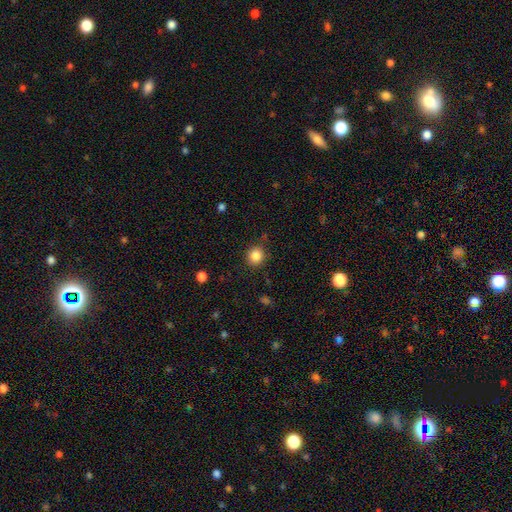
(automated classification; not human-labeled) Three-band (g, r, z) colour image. It shows a smooth galaxy with no disk features (85%) that is round (88%). Merging: none (84%).